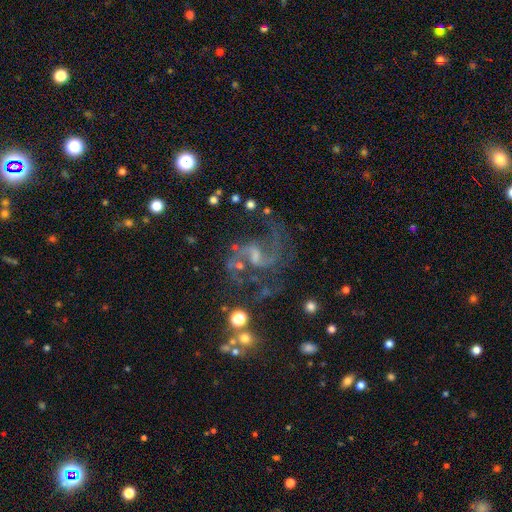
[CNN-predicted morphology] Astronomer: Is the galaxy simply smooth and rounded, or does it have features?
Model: featured or disk — 85%.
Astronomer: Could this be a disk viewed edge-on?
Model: no — 98%.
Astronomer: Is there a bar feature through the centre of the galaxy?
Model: weak — 56%.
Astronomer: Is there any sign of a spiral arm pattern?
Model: yes — 95%.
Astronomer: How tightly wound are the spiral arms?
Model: loose — 49% (runner-up: medium, 43%).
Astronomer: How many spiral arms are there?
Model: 2 — 84%.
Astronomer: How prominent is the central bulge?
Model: small — 46% (runner-up: none, 26%).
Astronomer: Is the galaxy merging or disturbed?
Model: none — 56%.